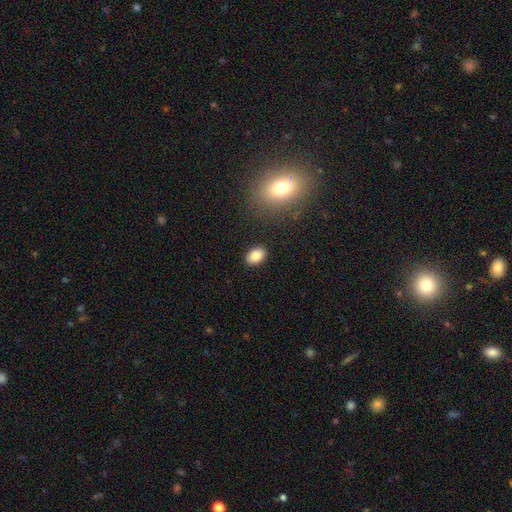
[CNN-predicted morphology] This appears to be a smooth galaxy with no disk features (85%) that is in between round and cigar-shaped (86%). Merging: none (88%).